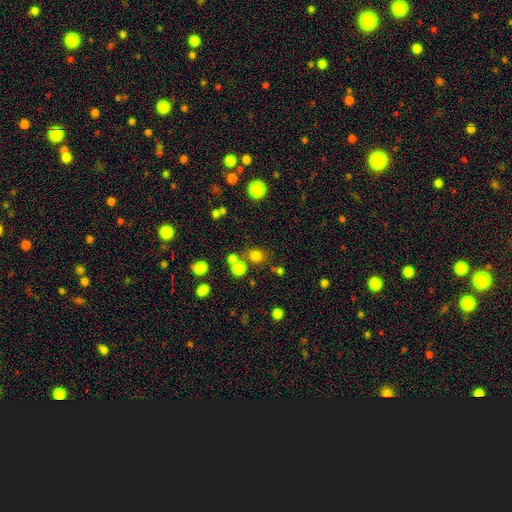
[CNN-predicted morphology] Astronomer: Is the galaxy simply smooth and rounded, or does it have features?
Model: smooth — 76%.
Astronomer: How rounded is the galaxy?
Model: round — 82%.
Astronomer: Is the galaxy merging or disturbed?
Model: none — 70%.